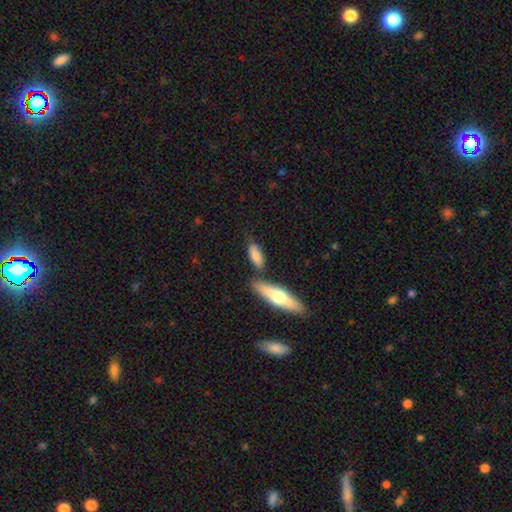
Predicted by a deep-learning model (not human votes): A smooth galaxy with no disk features (79%) that is in between round and cigar-shaped (61%). Merging: none (66%).